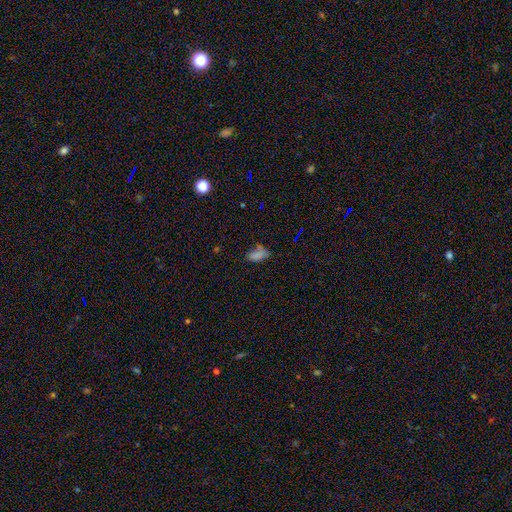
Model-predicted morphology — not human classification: Smooth or featured?
  - smooth: 63% *
  - star or artifact: 26%
  - featured or disk: 11%
How rounded?
  - in between: 81% *
  - cigar-shaped: 11%
  - round: 8%
Merging?
  - none: 56% *
  - minor disturbance: 24%
  - major disturbance: 12%
  - merger: 9%